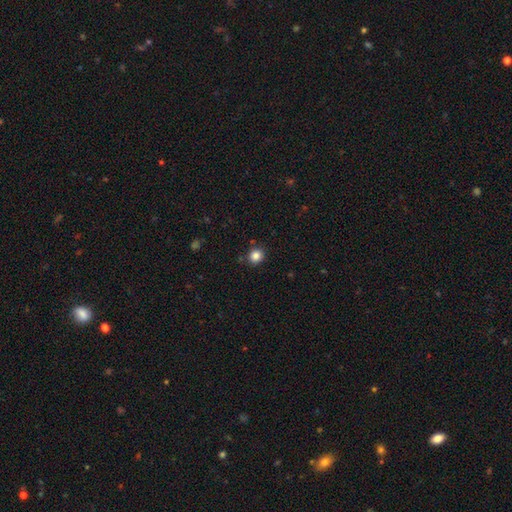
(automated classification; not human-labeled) Smooth or featured: smooth — 84% (star or artifact — 12%)
How rounded: round — 86% (in between — 13%)
Merging: none — 88% (minor disturbance — 7%)